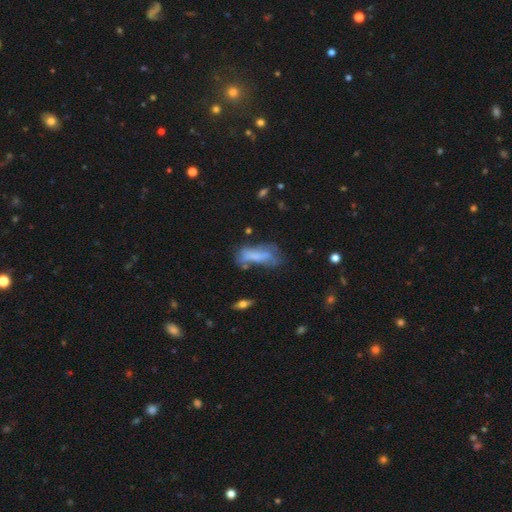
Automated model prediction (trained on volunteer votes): The model was most divided on "merging": none: 37%, minor disturbance: 28%, major disturbance: 25%, merger: 10%. More confident: how rounded — in between (60%); smooth or featured — smooth (57%).